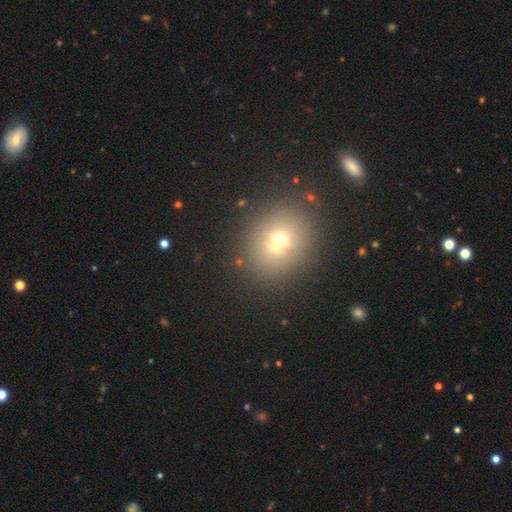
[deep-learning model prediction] This is likely a smooth galaxy (66%). How rounded: likely round (74%). Merging: clearly none (86%).